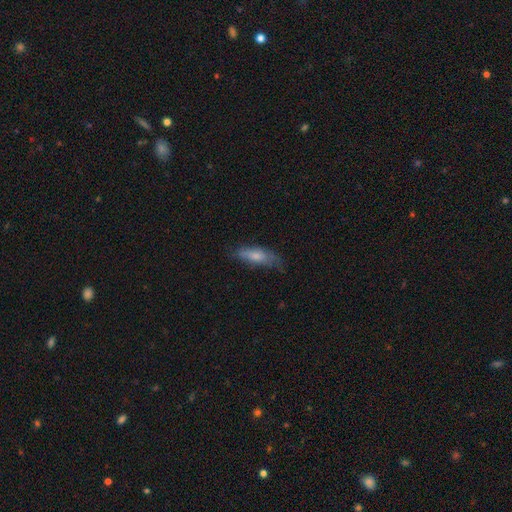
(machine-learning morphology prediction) smooth_or_featured: smooth (p=0.69) [alt: featured or disk p=0.24]
how_rounded: in between (p=0.56) [alt: cigar-shaped p=0.41]
merging: none (p=0.54) [alt: minor disturbance p=0.32]